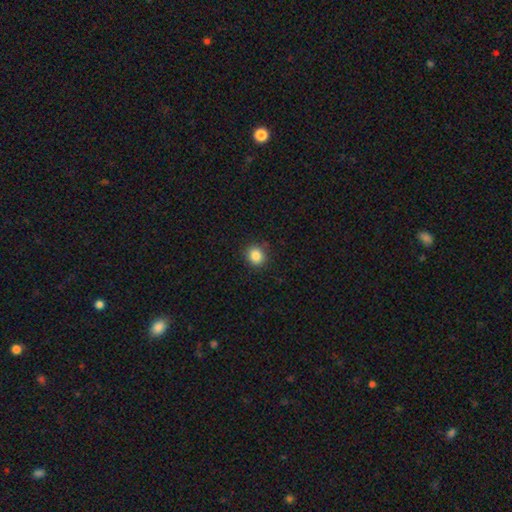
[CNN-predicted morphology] A smooth galaxy with no disk features (85%) that is round (84%). Merging: none (88%).